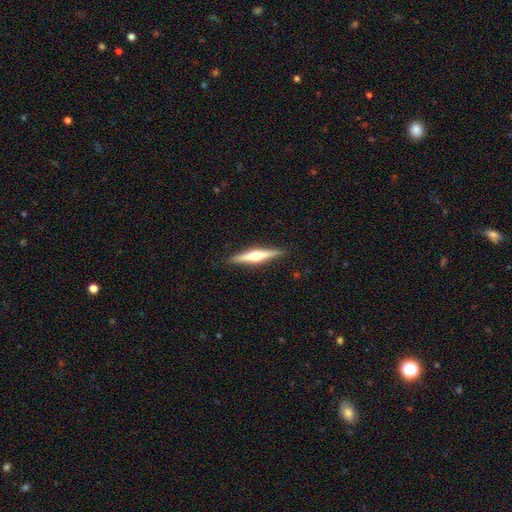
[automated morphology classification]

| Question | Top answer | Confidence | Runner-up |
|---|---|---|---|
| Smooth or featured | featured or disk | 69% | smooth (26%) |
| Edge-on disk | yes | 98% | no (2%) |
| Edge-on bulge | rounded | 93% | boxy (4%) |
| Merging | none | 90% | minor disturbance (7%) |